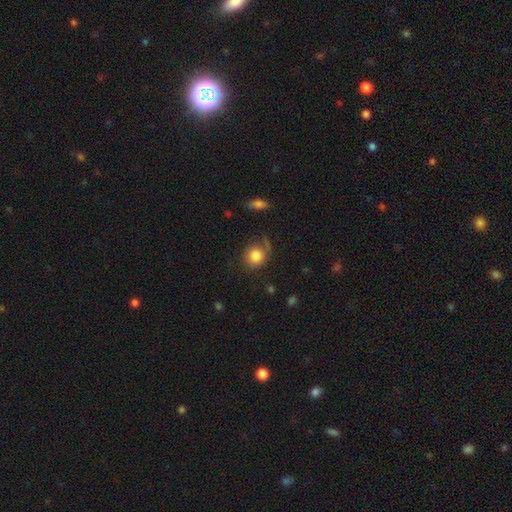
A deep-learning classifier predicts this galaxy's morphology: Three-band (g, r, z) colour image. It shows a smooth galaxy with no disk features (83%) that is round (81%). Merging: none (66%).